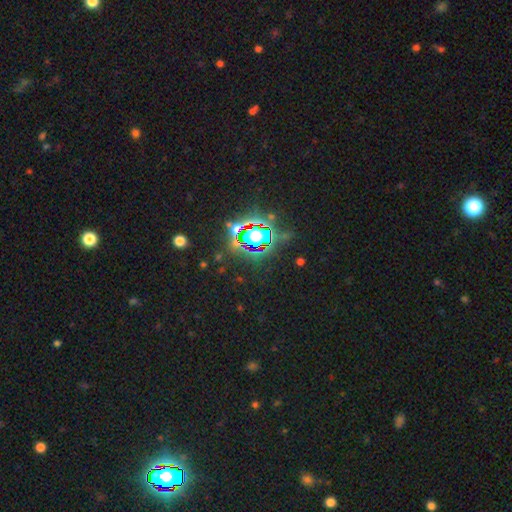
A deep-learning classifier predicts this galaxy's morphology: The model was most divided on "smooth or featured": star or artifact: 84%, smooth: 9%, featured or disk: 7%.